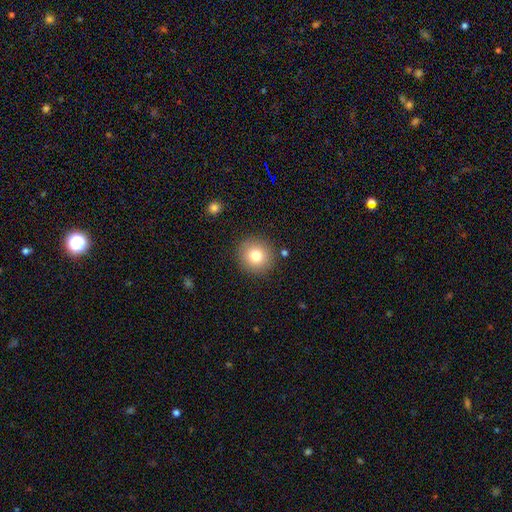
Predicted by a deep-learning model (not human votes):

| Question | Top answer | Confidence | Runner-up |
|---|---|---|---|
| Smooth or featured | smooth | 78% | star or artifact (11%) |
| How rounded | round | 92% | in between (7%) |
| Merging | none | 89% | minor disturbance (7%) |